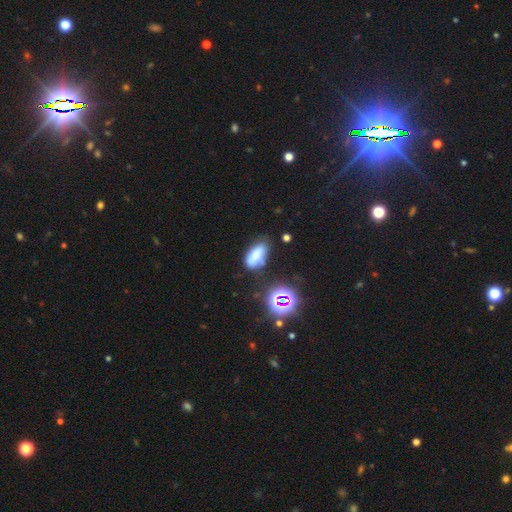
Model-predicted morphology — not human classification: smooth-or-featured: smooth: 68% | star or artifact: 16% | featured or disk: 15%
  how-rounded: in between: 88% | cigar-shaped: 7% | round: 5%
  merging: none: 55% | minor disturbance: 28% | major disturbance: 9% | merger: 8%